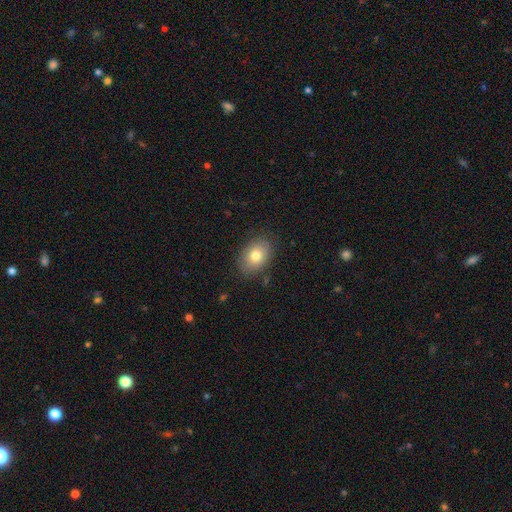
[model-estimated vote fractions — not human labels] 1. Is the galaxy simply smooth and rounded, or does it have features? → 78% smooth, 13% featured or disk, 8% star or artifact.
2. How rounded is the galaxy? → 76% in between, 23% round, 1% cigar-shaped.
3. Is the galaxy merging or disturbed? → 84% none, 12% minor disturbance, 3% major disturbance, 1% merger.